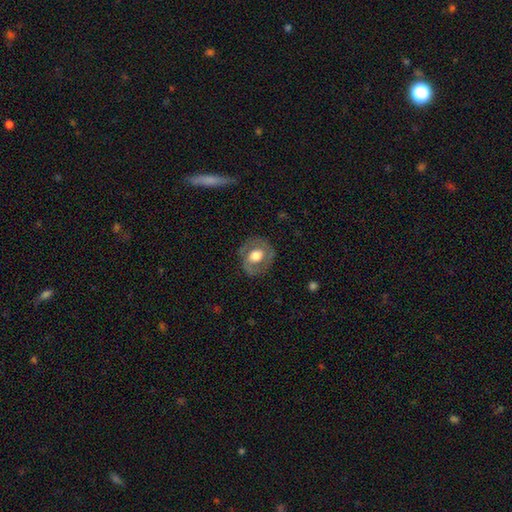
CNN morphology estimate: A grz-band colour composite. It shows a featured or disk galaxy (55%) with no bar (72%), no spiral arms (62%) and a large central bulge (48%). Merging: none (75%).